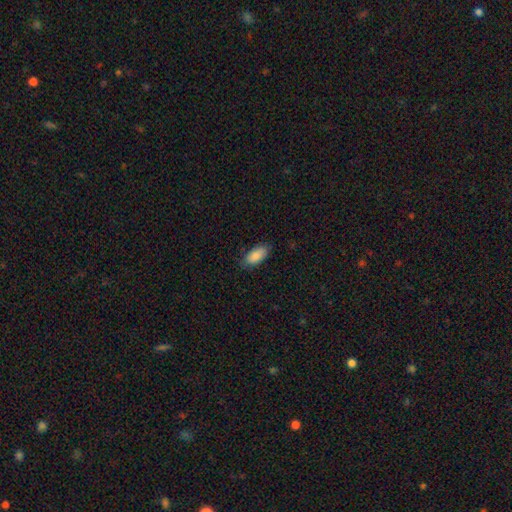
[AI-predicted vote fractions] A smooth galaxy with no disk features (88%) that is in between round and cigar-shaped (90%). Merging: none (80%).